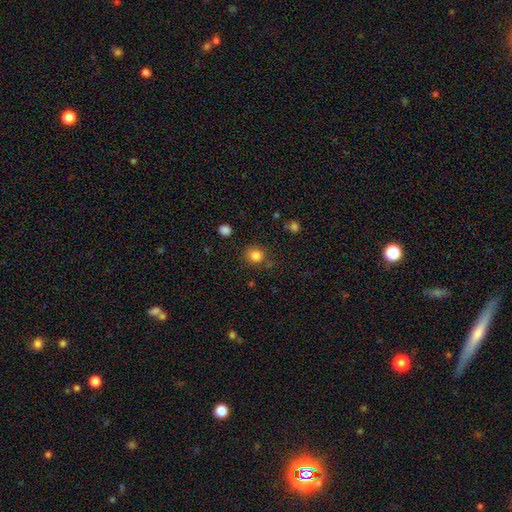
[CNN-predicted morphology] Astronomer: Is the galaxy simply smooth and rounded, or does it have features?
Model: smooth — 83%.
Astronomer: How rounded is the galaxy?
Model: round — 87%.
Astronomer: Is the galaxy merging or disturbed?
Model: none — 79%.